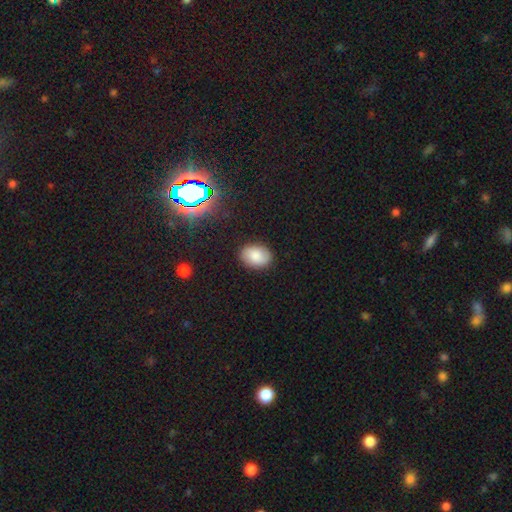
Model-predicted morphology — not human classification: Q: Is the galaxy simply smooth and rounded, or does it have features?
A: smooth — 81%.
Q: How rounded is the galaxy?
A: in between — 76%.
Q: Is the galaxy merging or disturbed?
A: none — 86%.